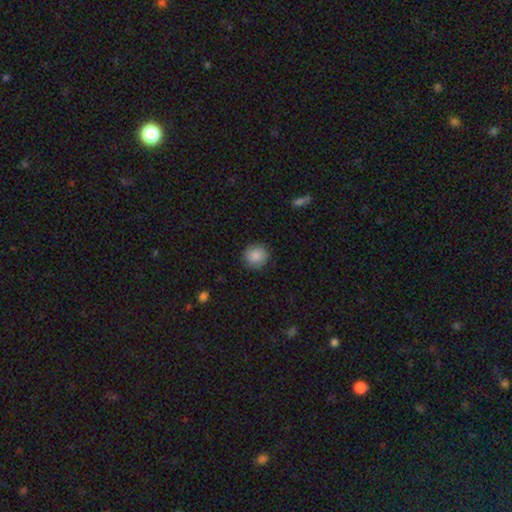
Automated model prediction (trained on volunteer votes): A smooth galaxy with no disk features (86%) that is round (92%).

Vote fractions:
- Smooth or featured? smooth: 86% / star or artifact: 8% / featured or disk: 6%
- How rounded? round: 92% / in between: 7% / cigar-shaped: 1%
- Merging? none: 89% / minor disturbance: 8% / major disturbance: 2% / merger: 1%